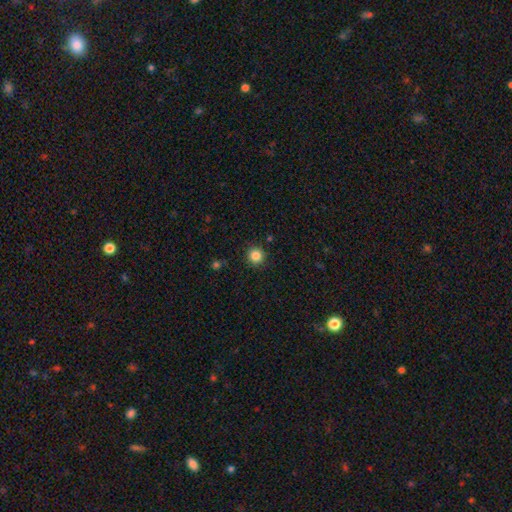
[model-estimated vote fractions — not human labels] This is clearly a smooth galaxy (85%). How rounded: clearly round (95%). Merging: clearly none (91%).